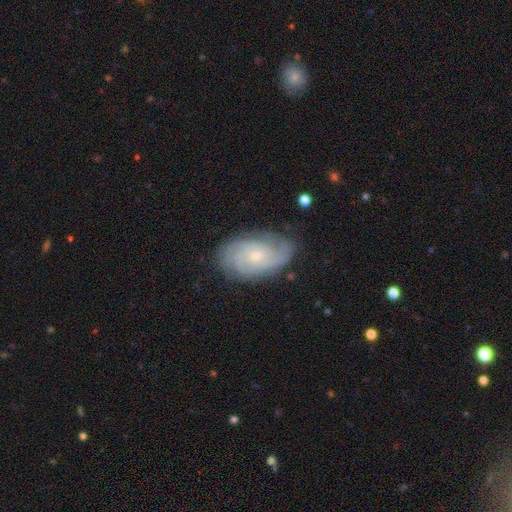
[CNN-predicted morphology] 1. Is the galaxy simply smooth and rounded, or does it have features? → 78% featured or disk, 16% smooth, 7% star or artifact.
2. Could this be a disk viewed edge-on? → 96% no, 4% yes.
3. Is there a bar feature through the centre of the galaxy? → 76% no, 21% weak, 3% strong.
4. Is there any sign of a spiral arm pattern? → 95% yes, 5% no.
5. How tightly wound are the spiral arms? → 61% tight, 30% medium, 8% loose.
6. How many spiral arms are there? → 35% can't tell, 22% 2, 19% 3, 12% 4, 6% more than 4, 5% 1.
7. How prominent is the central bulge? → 71% small, 25% moderate, 2% none, 1% large, 1% dominant.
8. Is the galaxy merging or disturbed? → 78% none, 16% minor disturbance, 5% major disturbance, 1% merger.